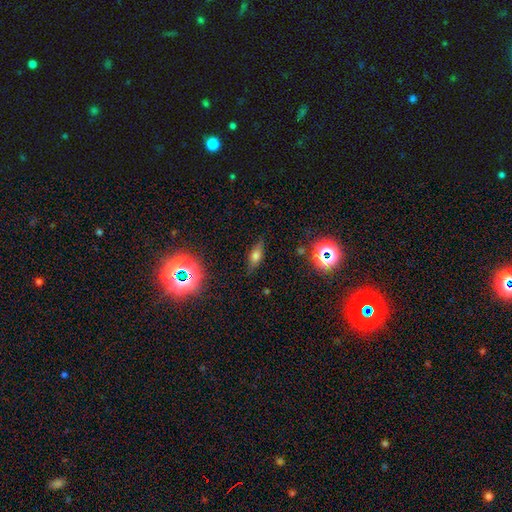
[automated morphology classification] smooth_or_featured: smooth (p=0.60) [alt: featured or disk p=0.23]
how_rounded: in between (p=0.68) [alt: cigar-shaped p=0.25]
merging: none (p=0.82) [alt: minor disturbance p=0.13]